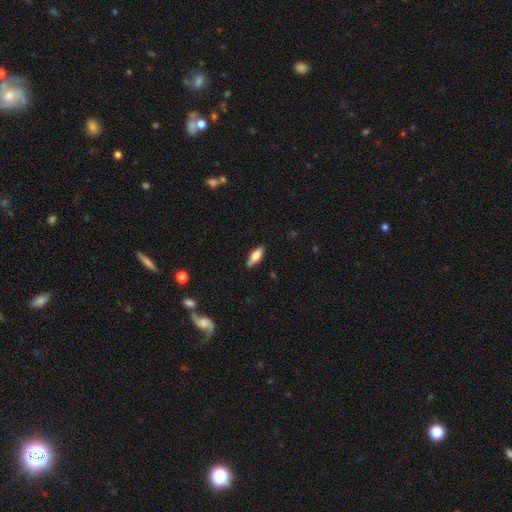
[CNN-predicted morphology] This is likely a smooth galaxy (68%). How rounded: likely in between (66%). Merging: clearly none (85%).